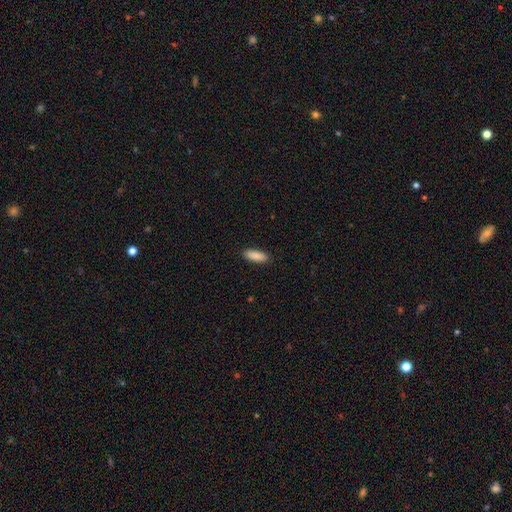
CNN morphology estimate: type=smooth (90%); roundness=in between (64%); merging=none (90%).